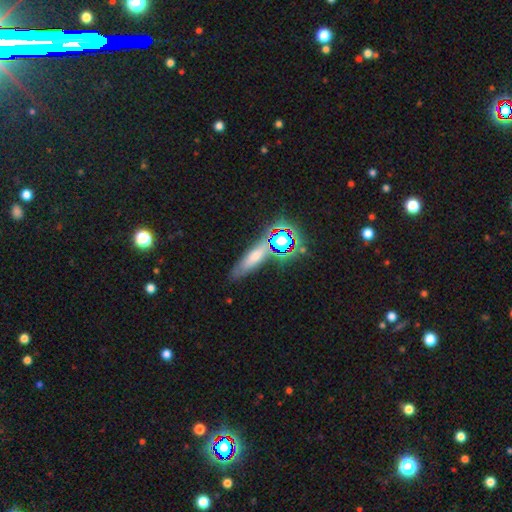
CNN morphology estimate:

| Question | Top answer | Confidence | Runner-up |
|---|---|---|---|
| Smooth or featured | smooth | 56% | featured or disk (22%) |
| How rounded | cigar-shaped | 59% | in between (34%) |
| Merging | none | 74% | minor disturbance (14%) |